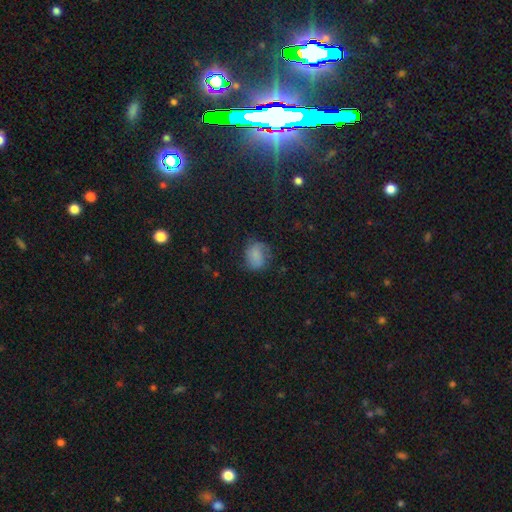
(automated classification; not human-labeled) Smooth or featured? Predicted: smooth (p=0.62). How rounded? Predicted: in between (p=0.52). Merging? Predicted: none (p=0.54).